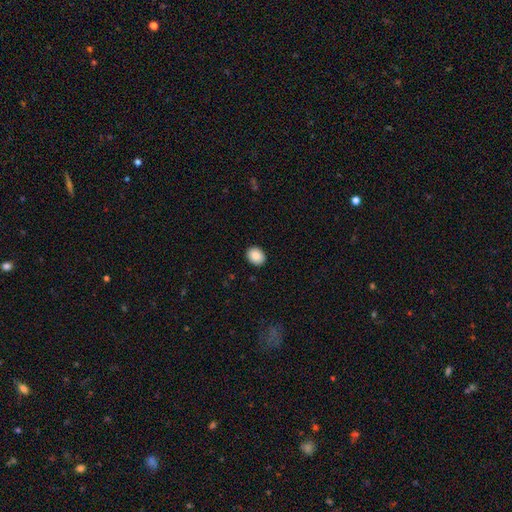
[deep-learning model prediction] Morphology: type=smooth (88%); roundness=in between (52%); merging=none (91%).